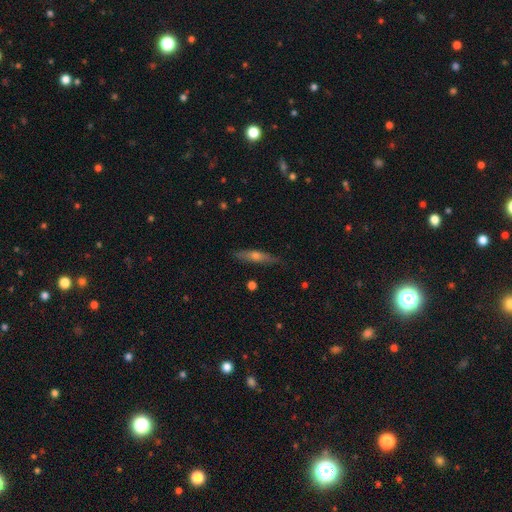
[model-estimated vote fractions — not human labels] Smooth or featured: featured or disk — 56% (smooth — 34%)
Edge-on disk: yes — 89% (no — 11%)
Merging: none — 85% (minor disturbance — 11%)